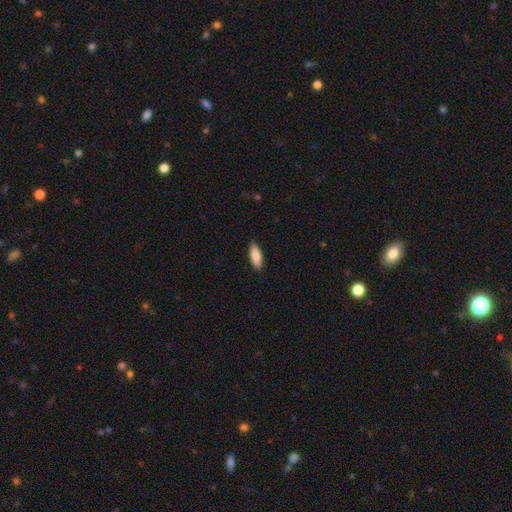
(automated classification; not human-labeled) Smooth or featured? Predicted: smooth (p=0.88). How rounded? Predicted: in between (p=0.74). Merging? Predicted: none (p=0.88).